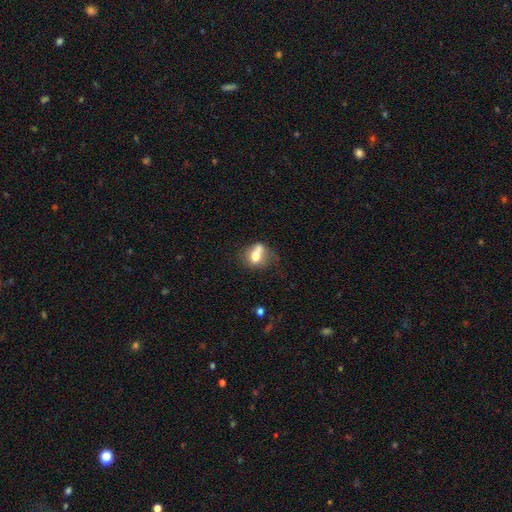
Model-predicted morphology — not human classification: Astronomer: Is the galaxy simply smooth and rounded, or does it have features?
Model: smooth — 67%.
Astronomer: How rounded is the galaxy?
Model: in between — 50% (runner-up: round, 48%).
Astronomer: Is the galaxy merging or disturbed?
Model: merger — 39% (runner-up: none, 35%).